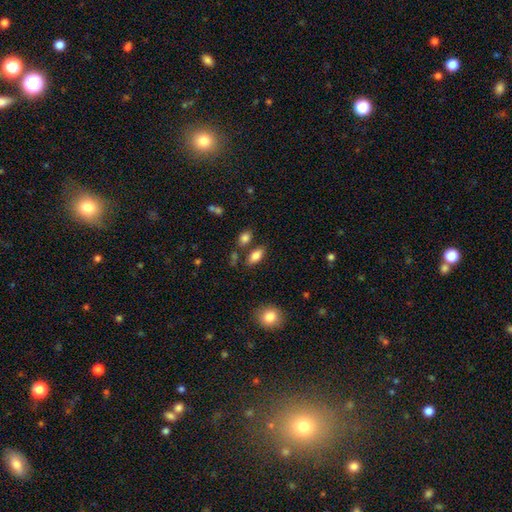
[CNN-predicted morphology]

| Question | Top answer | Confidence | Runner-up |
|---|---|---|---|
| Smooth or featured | smooth | 83% | featured or disk (9%) |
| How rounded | in between | 89% | cigar-shaped (6%) |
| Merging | none | 75% | minor disturbance (12%) |